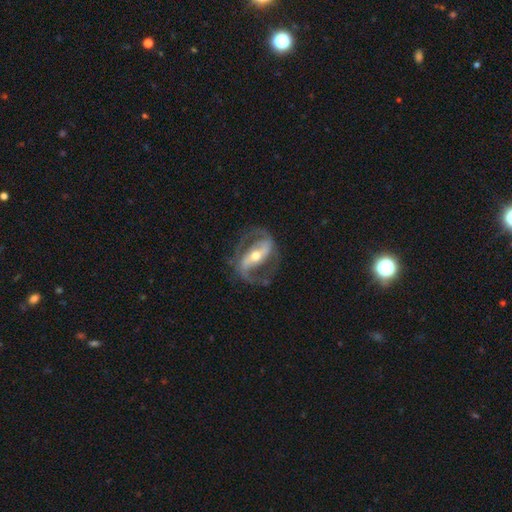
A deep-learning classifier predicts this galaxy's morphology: smooth_or_featured: featured or disk (p=0.89) [alt: smooth p=0.06]
disk_edge_on: no (p=0.95) [alt: yes p=0.05]
bar: strong (p=0.63) [alt: weak p=0.23]
has_spiral_arms: yes (p=0.94) [alt: no p=0.06]
spiral_winding: medium (p=0.54) [alt: loose p=0.25]
spiral_arm_count: 2 (p=0.92) [alt: can't tell p=0.03]
bulge_size: moderate (p=0.61) [alt: small p=0.33]
merging: none (p=0.75) [alt: minor disturbance p=0.13]